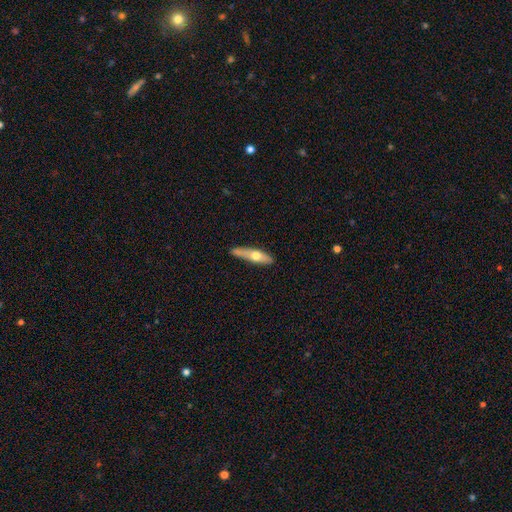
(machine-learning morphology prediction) Smooth or featured? Predicted: smooth (p=0.48). Merging? Predicted: none (p=0.78).